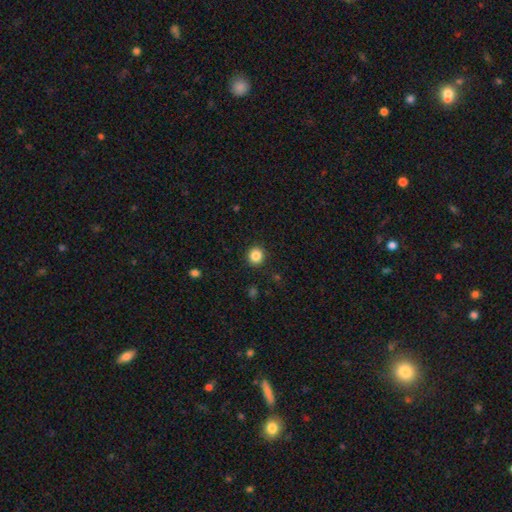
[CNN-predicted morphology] Smooth or featured?
  - smooth: 86% *
  - star or artifact: 11%
  - featured or disk: 4%
How rounded?
  - round: 91% *
  - in between: 8%
  - cigar-shaped: 1%
Merging?
  - none: 91% *
  - minor disturbance: 6%
  - major disturbance: 2%
  - merger: 1%